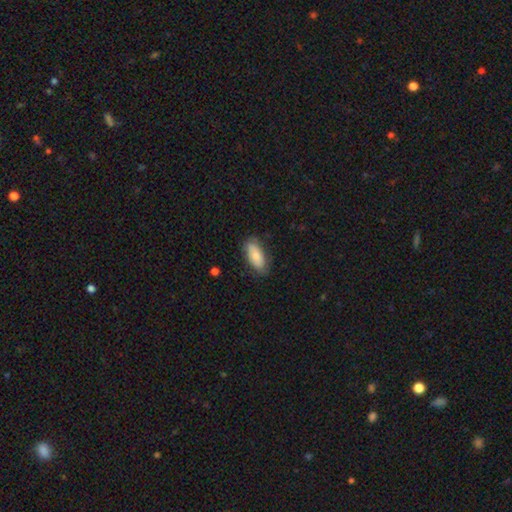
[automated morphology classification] This appears to be a smooth galaxy with no disk features (76%) that is in between round and cigar-shaped (86%). Merging: none (78%).